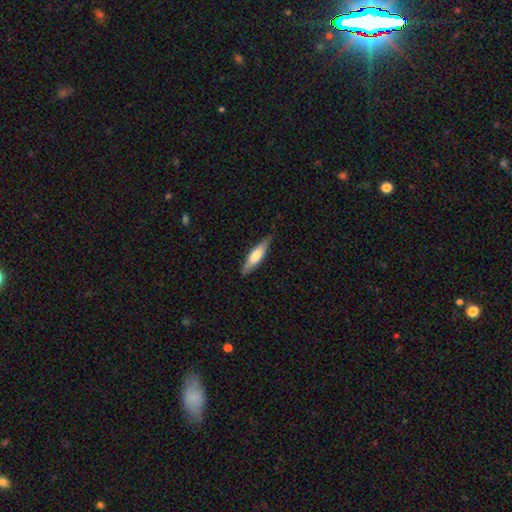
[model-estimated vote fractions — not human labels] smooth 59%, featured or disk 36%, star or artifact 5%. Down the decision tree: how rounded — cigar-shaped (72%); merging — none (82%).